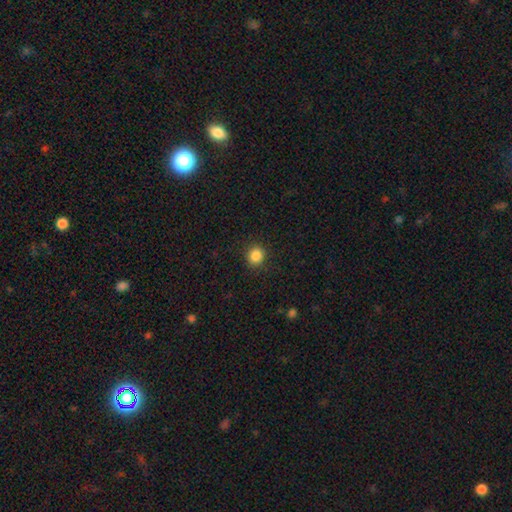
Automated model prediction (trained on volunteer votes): This is clearly a smooth galaxy (86%). How rounded: clearly round (84%). Merging: clearly none (90%).